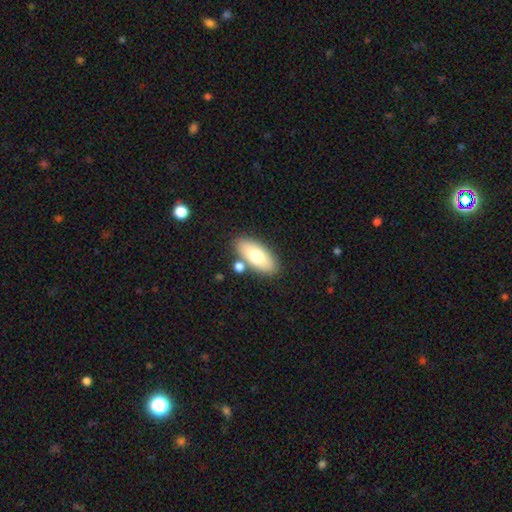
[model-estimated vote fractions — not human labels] A smooth galaxy with no disk features (72%) that is in between round and cigar-shaped (84%).

Vote fractions:
- Smooth or featured? smooth: 72% / featured or disk: 21% / star or artifact: 7%
- How rounded? in between: 84% / cigar-shaped: 13% / round: 3%
- Merging? none: 79% / minor disturbance: 10% / merger: 9% / major disturbance: 3%